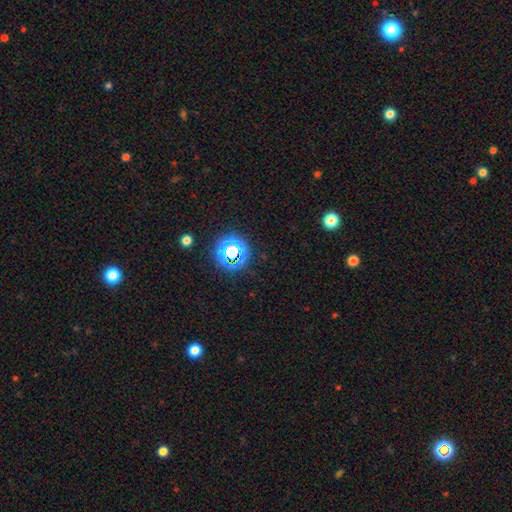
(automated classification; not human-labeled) star or artifact 71%, smooth 23%, featured or disk 6%.